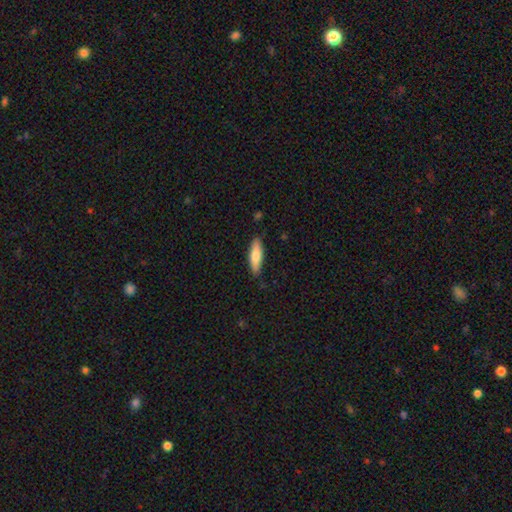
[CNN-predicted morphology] smooth_or_featured: smooth (p=0.73) [alt: featured or disk p=0.21]
how_rounded: cigar-shaped (p=0.53) [alt: in between p=0.45]
merging: none (p=0.85) [alt: minor disturbance p=0.12]